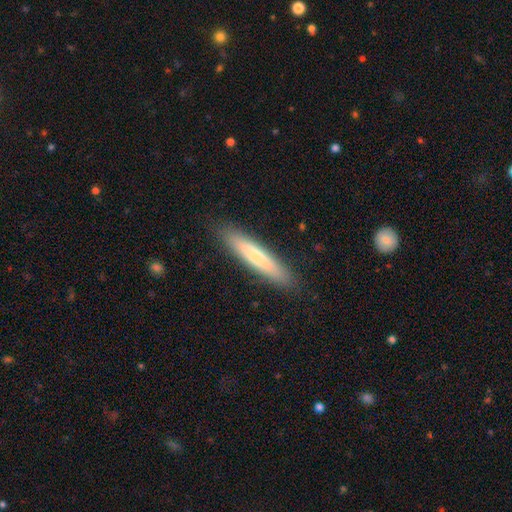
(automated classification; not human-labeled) Smooth or featured?
  - smooth: 65% *
  - featured or disk: 28%
  - star or artifact: 7%
How rounded?
  - cigar-shaped: 90% *
  - in between: 9%
  - round: 1%
Merging?
  - none: 89% *
  - minor disturbance: 8%
  - major disturbance: 2%
  - merger: 1%